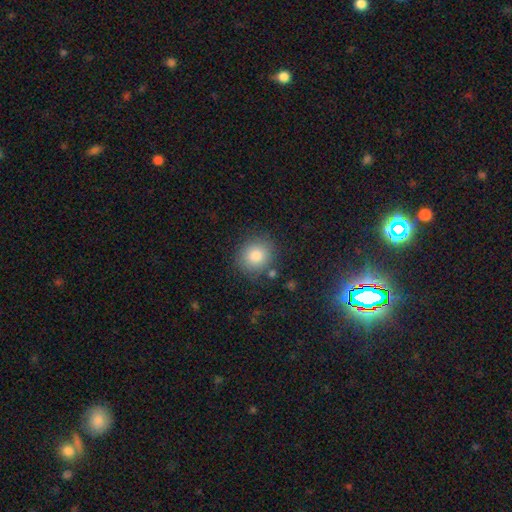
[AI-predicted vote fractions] smooth-or-featured: smooth: 83% | star or artifact: 9% | featured or disk: 7%
  how-rounded: round: 84% | in between: 15% | cigar-shaped: 1%
  merging: none: 81% | minor disturbance: 12% | major disturbance: 4% | merger: 4%